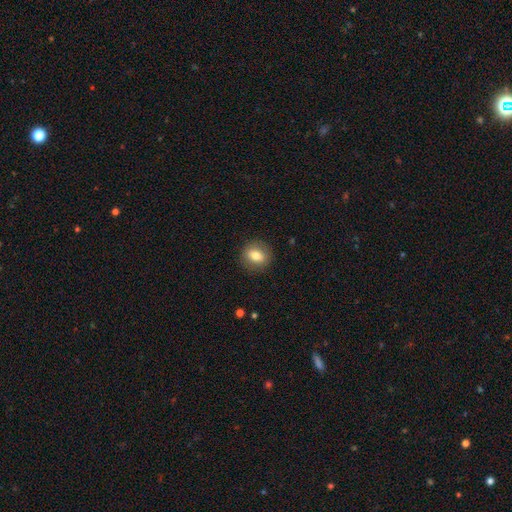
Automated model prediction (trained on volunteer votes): Smooth or featured? Predicted: smooth (p=0.77). How rounded? Predicted: round (p=0.69). Merging? Predicted: none (p=0.88).